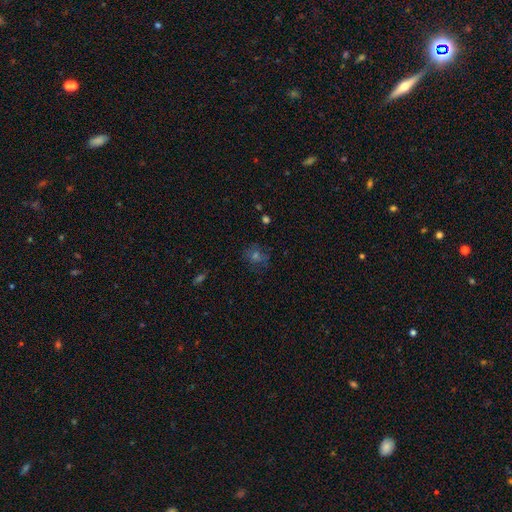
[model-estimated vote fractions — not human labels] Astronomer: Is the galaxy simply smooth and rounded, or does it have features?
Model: smooth — 44% (runner-up: star or artifact, 32%).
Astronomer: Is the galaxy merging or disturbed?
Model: none — 78%.